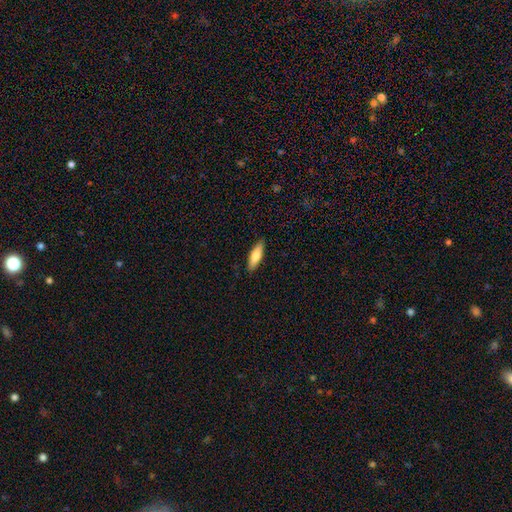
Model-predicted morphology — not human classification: smooth-or-featured: smooth: 80% | featured or disk: 14% | star or artifact: 6%
  how-rounded: cigar-shaped: 51% | in between: 47% | round: 2%
  merging: none: 88% | minor disturbance: 9% | major disturbance: 2% | merger: 1%